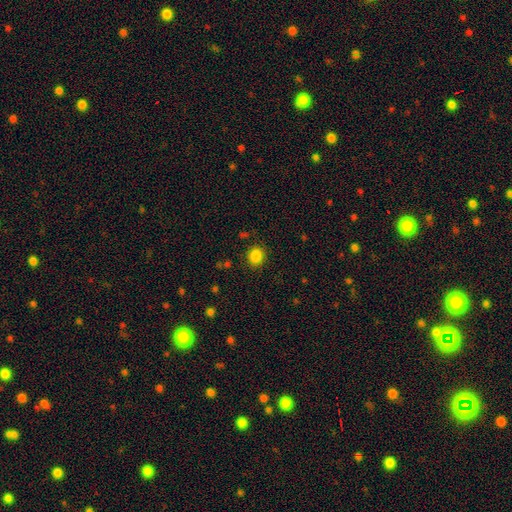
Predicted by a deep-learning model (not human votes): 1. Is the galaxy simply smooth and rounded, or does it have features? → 85% smooth, 11% star or artifact, 4% featured or disk.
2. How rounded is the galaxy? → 74% round, 25% in between, 1% cigar-shaped.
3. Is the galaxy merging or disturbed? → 88% none, 8% minor disturbance, 3% major disturbance, 1% merger.